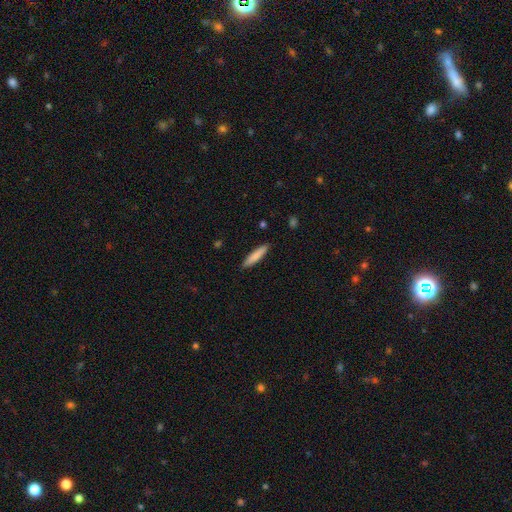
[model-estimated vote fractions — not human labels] This appears to be a smooth galaxy with no disk features (81%) that is cigar-shaped (88%). Merging: none (90%).